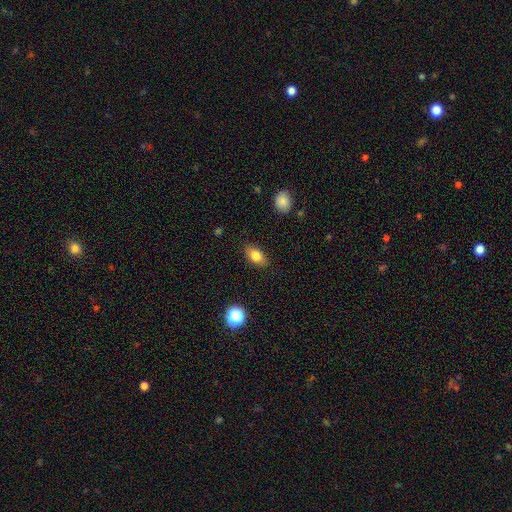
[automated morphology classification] Q: Smooth or featured?
A: smooth (81%); runner-up: featured or disk (10%)
Q: How rounded?
A: in between (88%); runner-up: round (9%)
Q: Merging?
A: none (86%); runner-up: minor disturbance (10%)